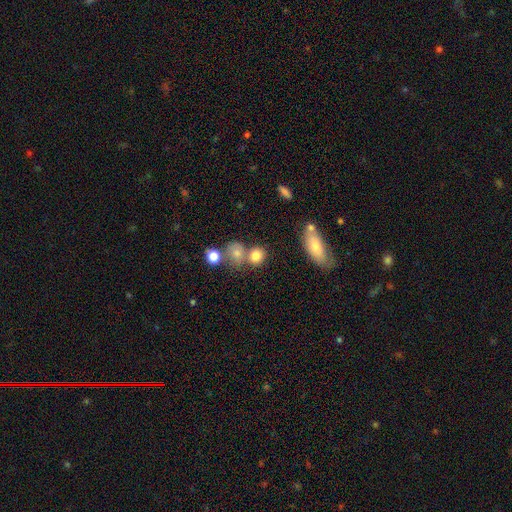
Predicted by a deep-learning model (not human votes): This is likely a smooth galaxy (79%). How rounded: likely round (74%). Merging: possibly none (54%).